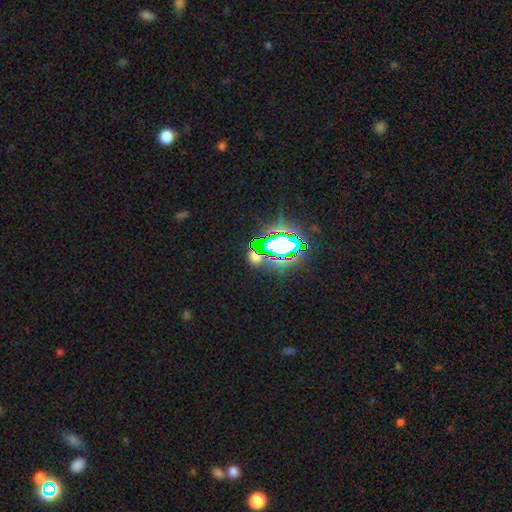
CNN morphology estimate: star or artifact 68%, smooth 21%, featured or disk 11%.